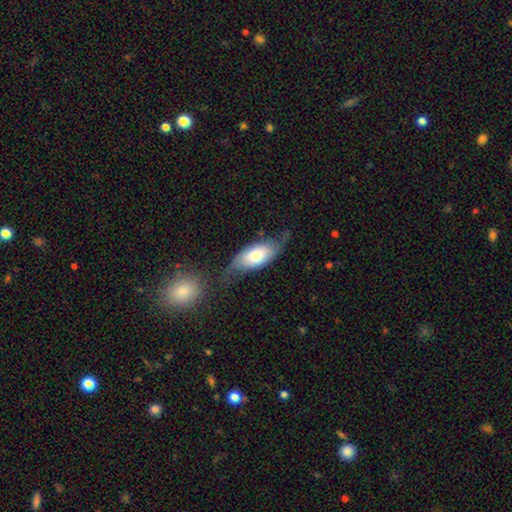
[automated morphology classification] Smooth or featured? smooth (58%)
How rounded? in between (87%)
Merging? none (47%)